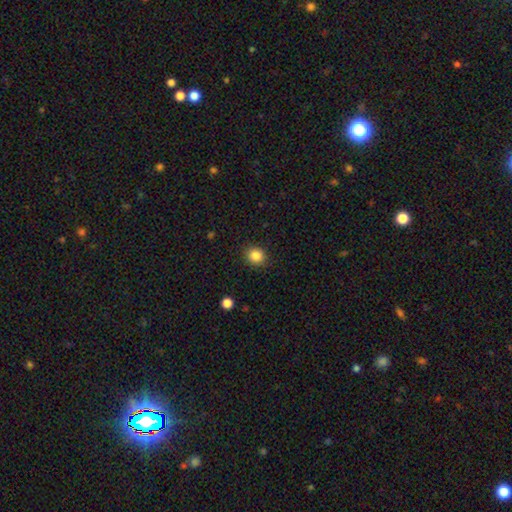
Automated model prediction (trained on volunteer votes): A smooth galaxy with no disk features (86%) that is round (78%). Merging: none (90%).